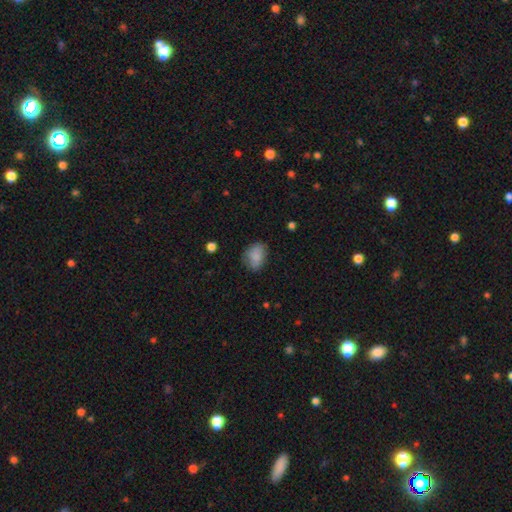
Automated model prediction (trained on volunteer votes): Smooth or featured?
  - smooth: 84% *
  - star or artifact: 8%
  - featured or disk: 8%
How rounded?
  - in between: 72% *
  - round: 26%
  - cigar-shaped: 1%
Merging?
  - none: 69% *
  - minor disturbance: 24%
  - major disturbance: 6%
  - merger: 2%